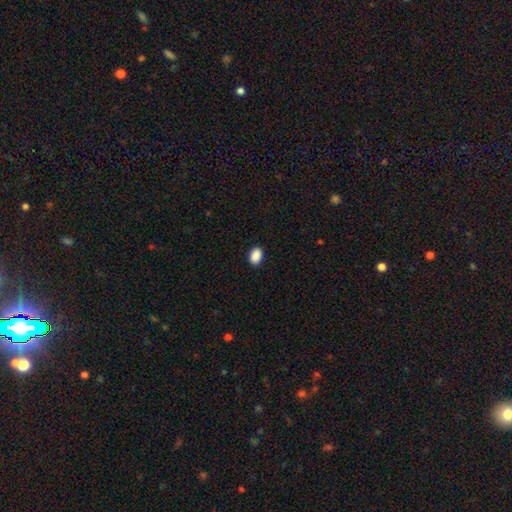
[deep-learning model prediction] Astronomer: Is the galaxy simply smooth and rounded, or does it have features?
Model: smooth — 90%.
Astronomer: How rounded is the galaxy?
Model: in between — 83%.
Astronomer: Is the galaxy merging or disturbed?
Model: none — 89%.